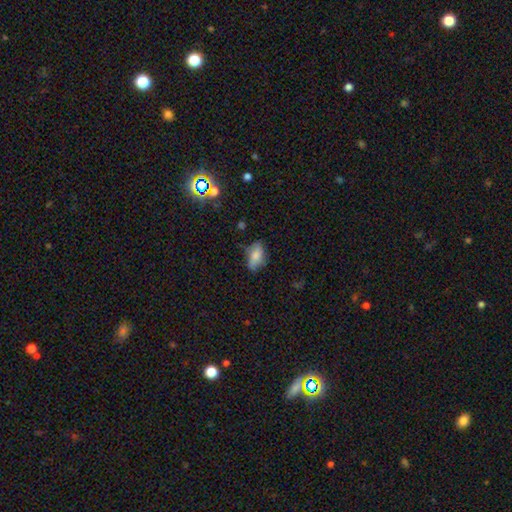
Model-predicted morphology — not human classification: Smooth or featured? Predicted: smooth (p=0.75). How rounded? Predicted: in between (p=0.88). Merging? Predicted: none (p=0.62).